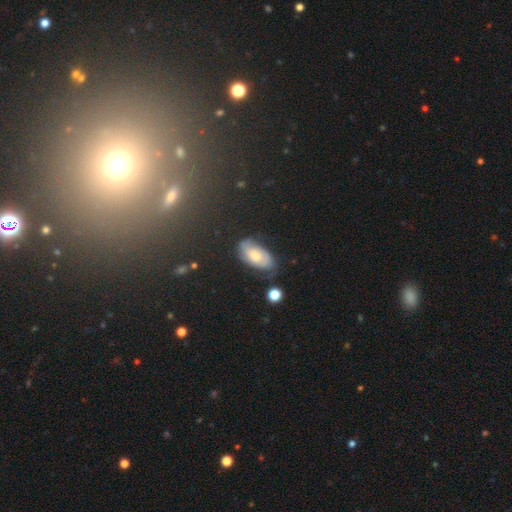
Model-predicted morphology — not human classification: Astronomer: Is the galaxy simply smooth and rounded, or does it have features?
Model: featured or disk — 52% (runner-up: smooth, 37%).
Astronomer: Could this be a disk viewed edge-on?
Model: no — 93%.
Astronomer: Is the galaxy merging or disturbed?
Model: none — 62%.